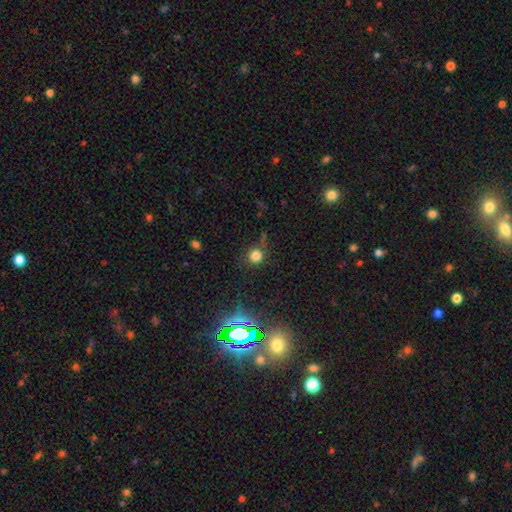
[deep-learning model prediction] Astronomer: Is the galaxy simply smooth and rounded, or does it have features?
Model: smooth — 73%.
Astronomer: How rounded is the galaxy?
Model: round — 92%.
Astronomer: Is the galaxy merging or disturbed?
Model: none — 76%.